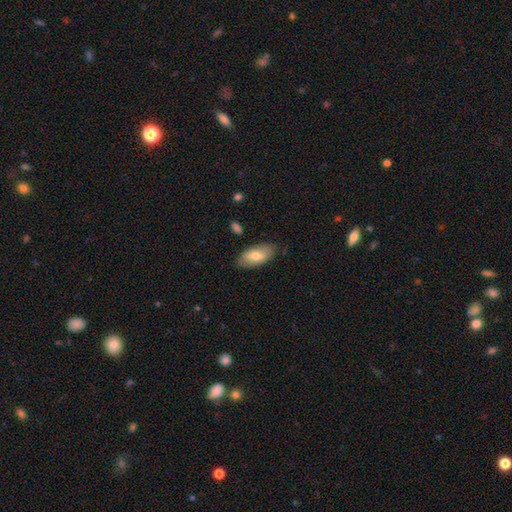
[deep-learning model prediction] Overall: smooth (73%). How rounded: in between (93%). Merging: none (81%).